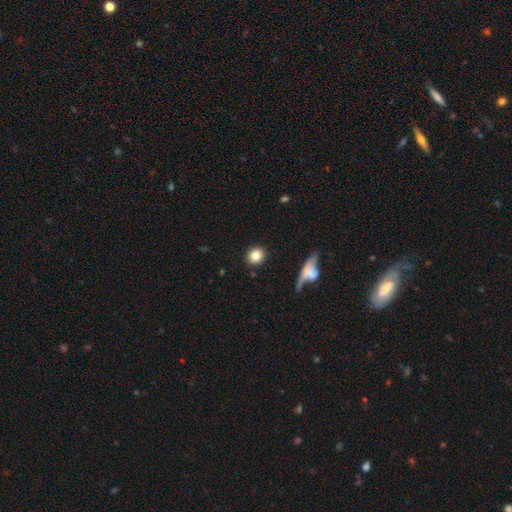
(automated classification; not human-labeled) This is clearly a smooth galaxy (82%). How rounded: clearly round (87%). Merging: clearly none (88%).